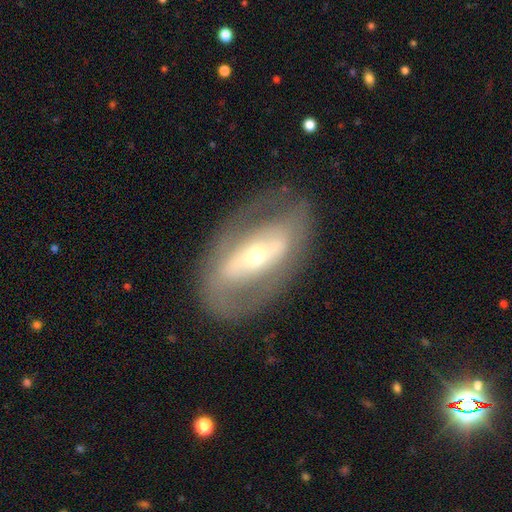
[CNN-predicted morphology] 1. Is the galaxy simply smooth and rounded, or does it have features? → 69% featured or disk, 23% smooth, 7% star or artifact.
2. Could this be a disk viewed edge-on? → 87% no, 13% yes.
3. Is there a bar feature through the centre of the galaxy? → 47% strong, 31% no, 22% weak.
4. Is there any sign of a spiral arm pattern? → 66% no, 34% yes.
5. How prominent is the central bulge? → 52% small, 40% moderate, 5% large, 2% dominant, 1% none.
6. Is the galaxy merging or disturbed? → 75% none, 14% minor disturbance, 10% major disturbance, 1% merger.